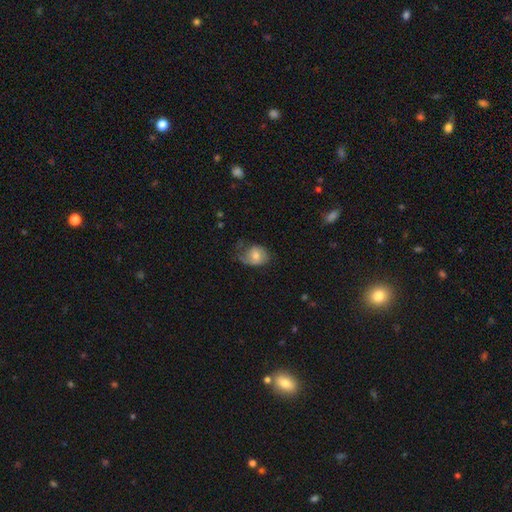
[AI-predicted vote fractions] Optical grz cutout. It shows a smooth galaxy with no disk features (59%) that is in between round and cigar-shaped (55%). Merging: none (36%).